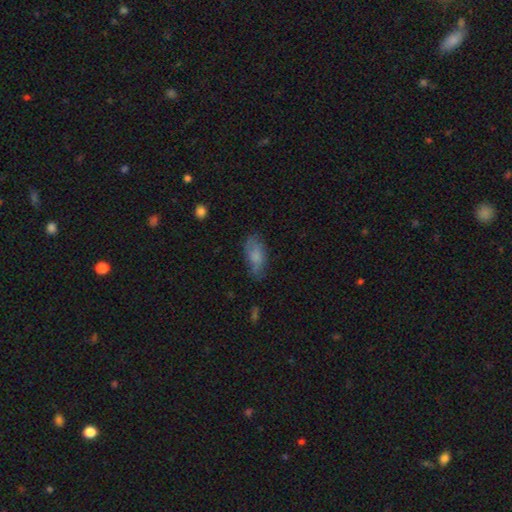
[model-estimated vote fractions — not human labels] Smooth or featured?
  - smooth: 73% *
  - featured or disk: 19%
  - star or artifact: 8%
How rounded?
  - in between: 85% *
  - cigar-shaped: 12%
  - round: 3%
Merging?
  - none: 61% *
  - minor disturbance: 27%
  - major disturbance: 9%
  - merger: 2%